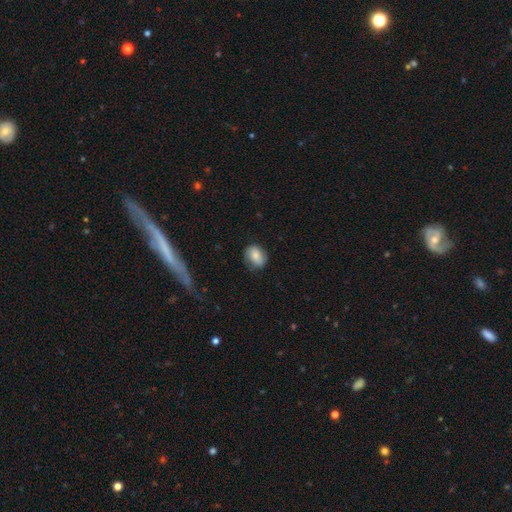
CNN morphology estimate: Q: Smooth or featured?
A: smooth (76%); runner-up: featured or disk (17%)
Q: How rounded?
A: in between (59%); runner-up: round (40%)
Q: Merging?
A: none (73%); runner-up: minor disturbance (21%)